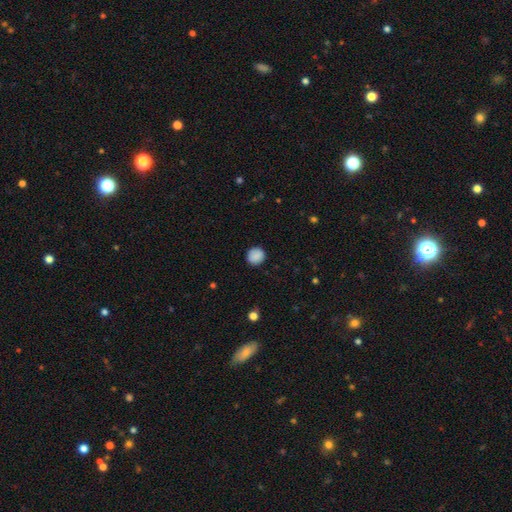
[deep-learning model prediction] Smooth or featured?
  - smooth: 88% *
  - star or artifact: 8%
  - featured or disk: 4%
How rounded?
  - round: 89% *
  - in between: 10%
  - cigar-shaped: 1%
Merging?
  - none: 88% *
  - minor disturbance: 8%
  - major disturbance: 2%
  - merger: 1%